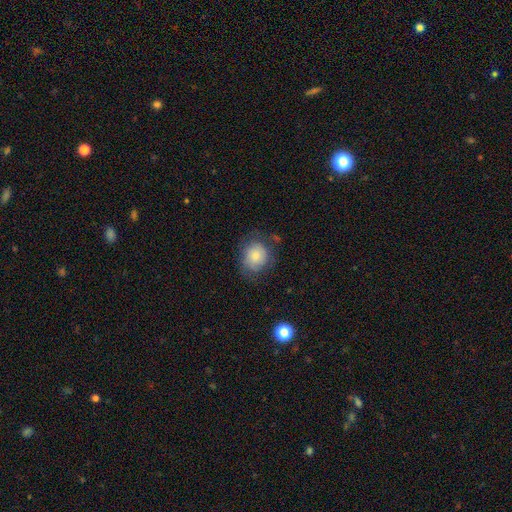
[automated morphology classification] Smooth or featured: smooth — 75% (featured or disk — 17%)
How rounded: round — 76% (in between — 23%)
Merging: none — 66% (minor disturbance — 23%)